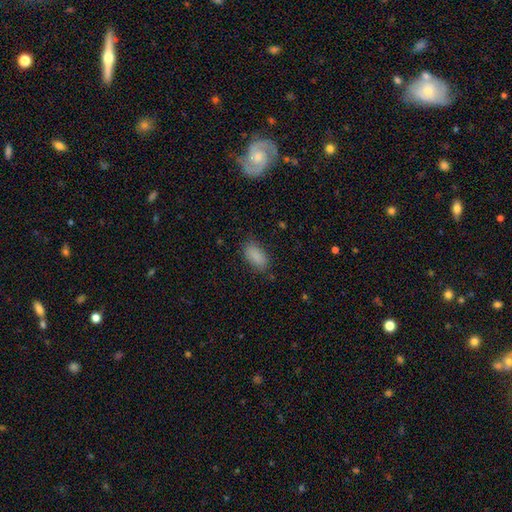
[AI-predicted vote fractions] Smooth or featured? Predicted: smooth (p=0.87). How rounded? Predicted: in between (p=0.91). Merging? Predicted: none (p=0.79).